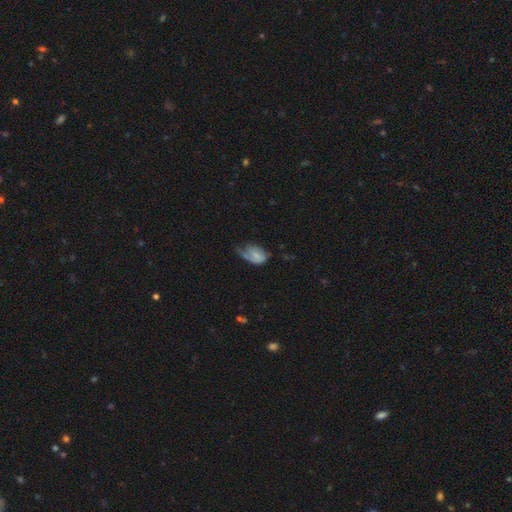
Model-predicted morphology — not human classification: Smooth or featured: smooth — 54% (featured or disk — 39%)
How rounded: in between — 85% (round — 14%)
Merging: minor disturbance — 37% (major disturbance — 35%)